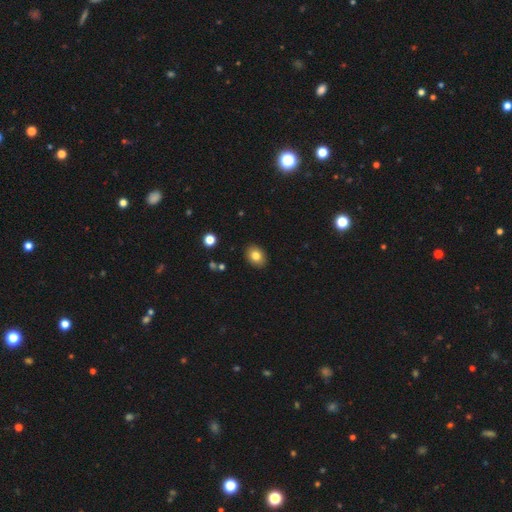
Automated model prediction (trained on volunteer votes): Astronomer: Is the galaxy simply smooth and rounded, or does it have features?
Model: smooth — 81%.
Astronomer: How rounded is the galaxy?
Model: in between — 67%.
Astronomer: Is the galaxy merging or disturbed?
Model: none — 89%.